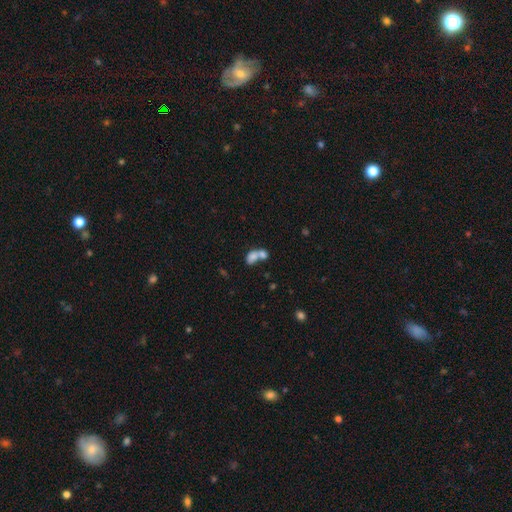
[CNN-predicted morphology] A smooth galaxy with no disk features (72%) that is in between round and cigar-shaped (77%). Merging: merger (70%).